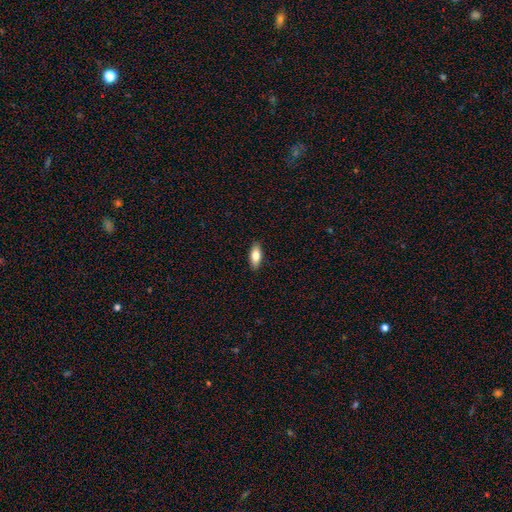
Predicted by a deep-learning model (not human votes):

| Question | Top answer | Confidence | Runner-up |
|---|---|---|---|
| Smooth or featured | smooth | 77% | featured or disk (17%) |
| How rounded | in between | 79% | cigar-shaped (19%) |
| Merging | none | 89% | minor disturbance (8%) |